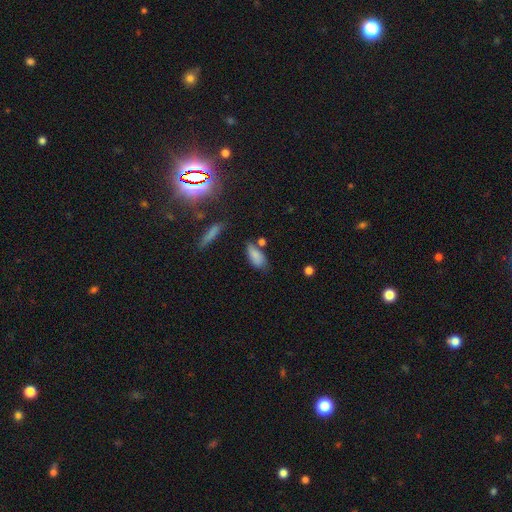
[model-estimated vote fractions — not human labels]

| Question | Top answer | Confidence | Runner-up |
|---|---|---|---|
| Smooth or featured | smooth | 81% | featured or disk (11%) |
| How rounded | in between | 85% | cigar-shaped (12%) |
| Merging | none | 54% | minor disturbance (25%) |